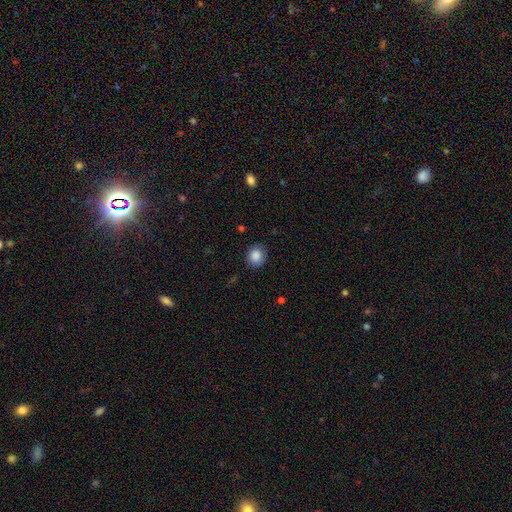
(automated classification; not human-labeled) Overall: smooth (87%). How rounded: round (77%). Merging: none (84%).